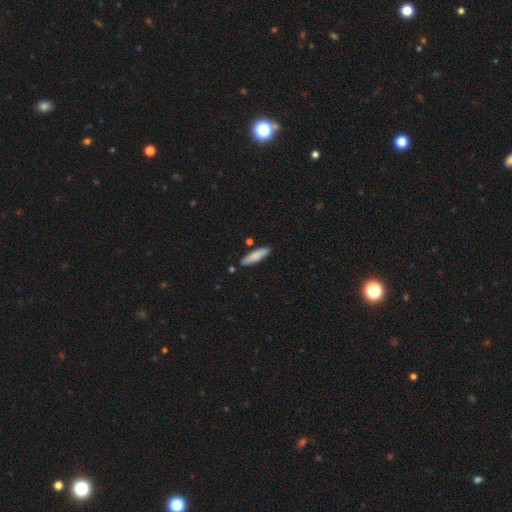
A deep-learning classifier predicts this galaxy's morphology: smooth-or-featured: smooth: 82% | featured or disk: 12% | star or artifact: 6%
  how-rounded: cigar-shaped: 69% | in between: 29% | round: 2%
  merging: none: 85% | minor disturbance: 10% | merger: 4% | major disturbance: 2%